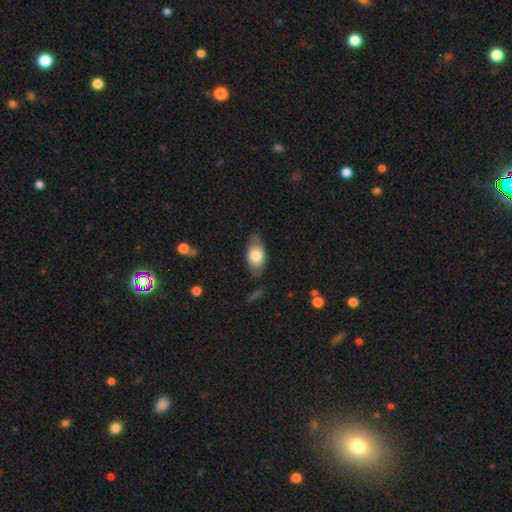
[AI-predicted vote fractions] Smooth or featured? Predicted: smooth (p=0.72). How rounded? Predicted: in between (p=0.89). Merging? Predicted: none (p=0.71).